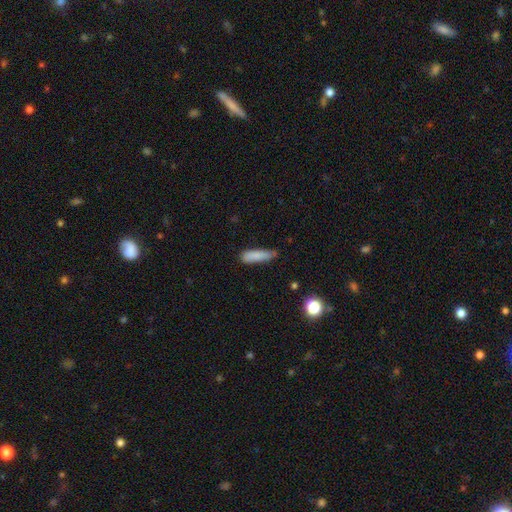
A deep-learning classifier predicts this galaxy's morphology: smooth 85%, featured or disk 8%, star or artifact 7%. Down the decision tree: how rounded — cigar-shaped (69%); merging — none (67%).